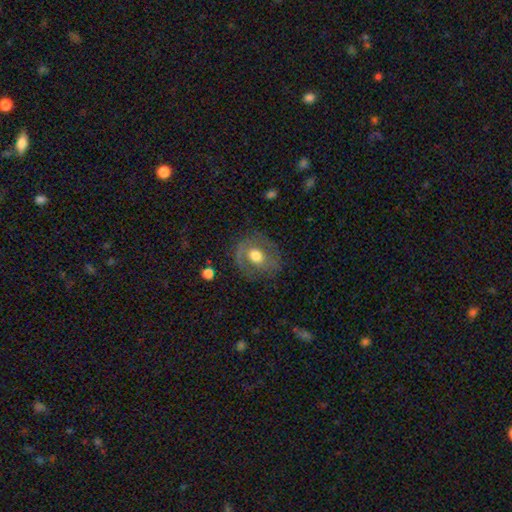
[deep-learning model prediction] Smooth or featured? featured or disk (48%)
Merging? none (70%)